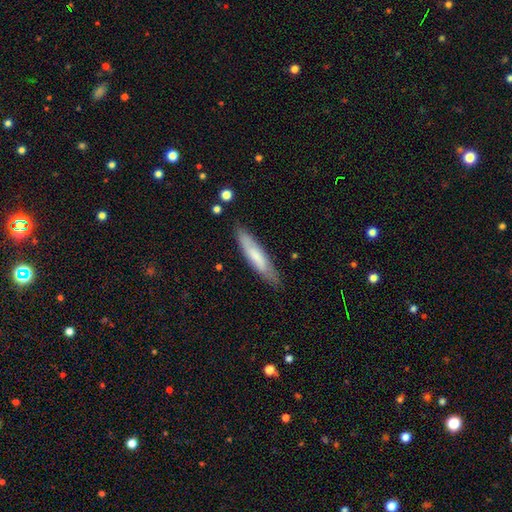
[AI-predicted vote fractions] Smooth or featured: smooth — 64% (featured or disk — 30%)
How rounded: cigar-shaped — 80% (in between — 19%)
Merging: none — 81% (minor disturbance — 14%)